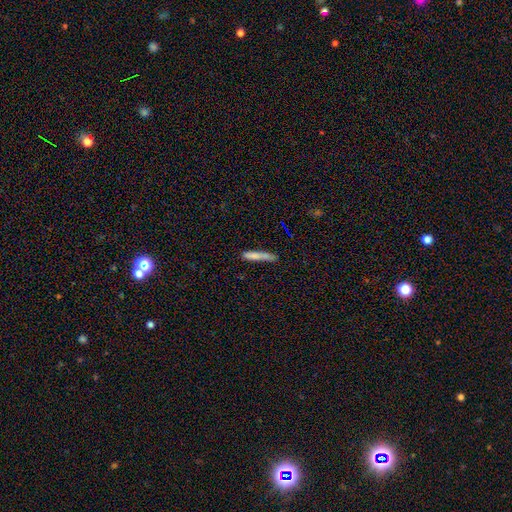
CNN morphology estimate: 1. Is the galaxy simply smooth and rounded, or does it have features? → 75% smooth, 16% featured or disk, 8% star or artifact.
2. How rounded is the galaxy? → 93% cigar-shaped, 6% in between, 1% round.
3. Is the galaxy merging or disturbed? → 71% none, 18% minor disturbance, 6% merger, 4% major disturbance.